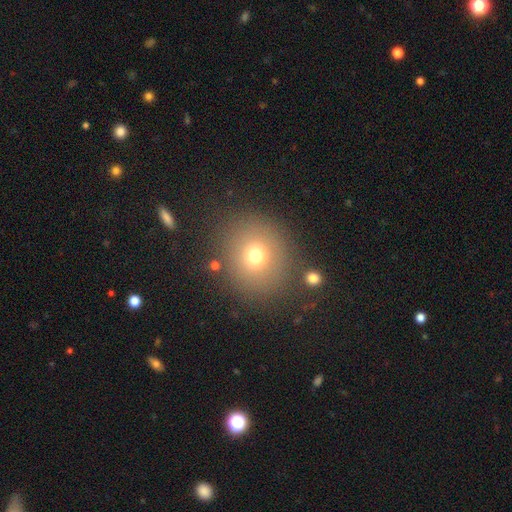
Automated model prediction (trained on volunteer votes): Smooth or featured?
  - smooth: 70% *
  - star or artifact: 16%
  - featured or disk: 13%
How rounded?
  - round: 81% *
  - in between: 18%
  - cigar-shaped: 1%
Merging?
  - none: 82% *
  - minor disturbance: 10%
  - major disturbance: 5%
  - merger: 4%